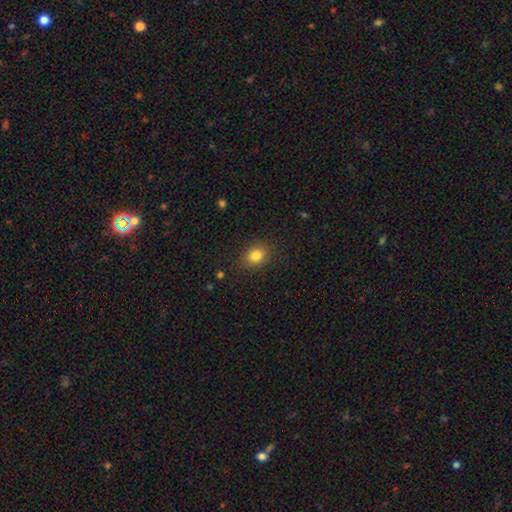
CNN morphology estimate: type=smooth (83%); roundness=round (53%); merging=none (86%).